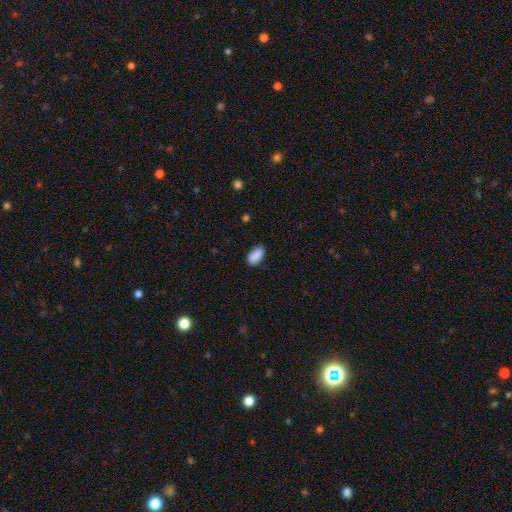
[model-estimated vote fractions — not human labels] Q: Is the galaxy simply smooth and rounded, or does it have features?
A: smooth — 89%.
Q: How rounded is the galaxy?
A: in between — 92%.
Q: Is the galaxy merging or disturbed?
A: none — 85%.